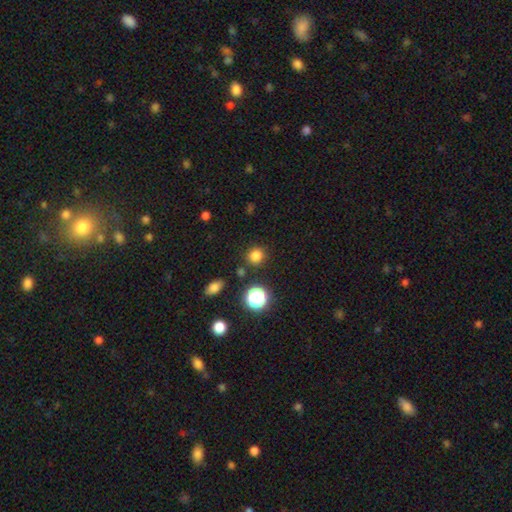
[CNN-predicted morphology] This appears to be a smooth galaxy with no disk features (80%) that is round (88%). Merging: none (86%).